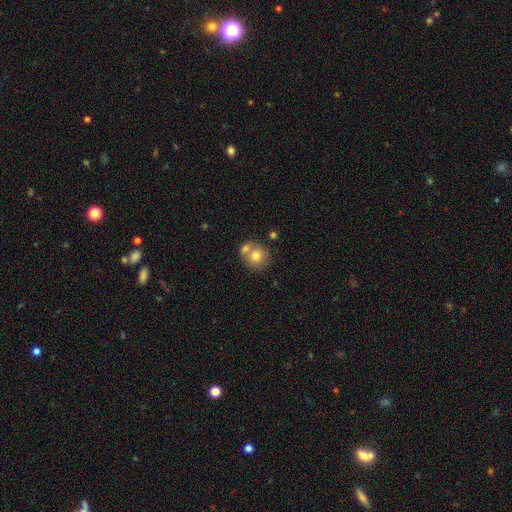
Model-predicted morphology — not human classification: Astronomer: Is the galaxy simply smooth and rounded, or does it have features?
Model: smooth — 75%.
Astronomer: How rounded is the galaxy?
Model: round — 86%.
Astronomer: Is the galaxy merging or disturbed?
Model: none — 48% (runner-up: merger, 39%).